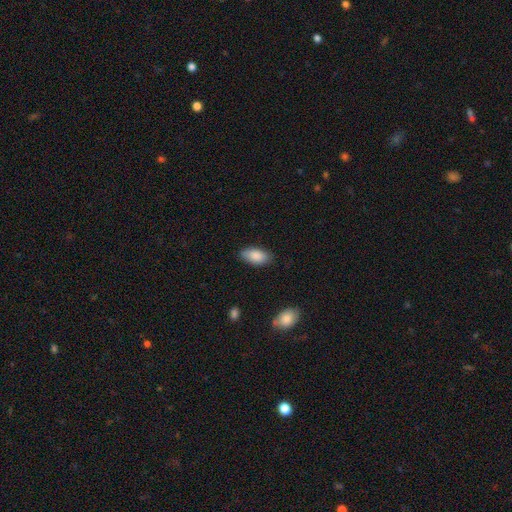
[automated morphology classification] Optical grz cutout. It shows a smooth galaxy with no disk features (87%) that is in between round and cigar-shaped (93%). Merging: none (81%).